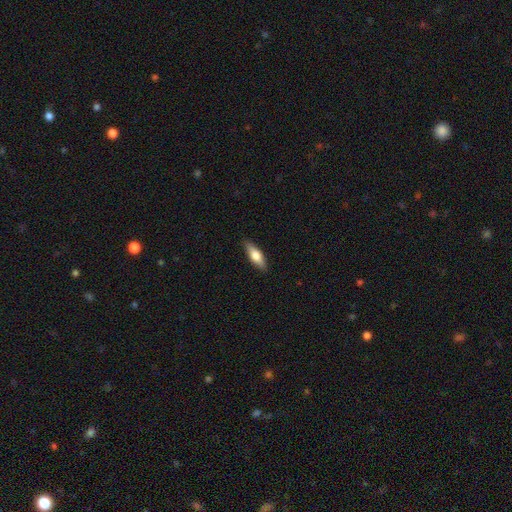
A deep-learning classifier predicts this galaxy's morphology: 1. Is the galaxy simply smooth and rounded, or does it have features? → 62% smooth, 32% featured or disk, 6% star or artifact.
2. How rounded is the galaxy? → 52% in between, 45% cigar-shaped, 2% round.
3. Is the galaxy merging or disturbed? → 88% none, 10% minor disturbance, 2% major disturbance, 1% merger.